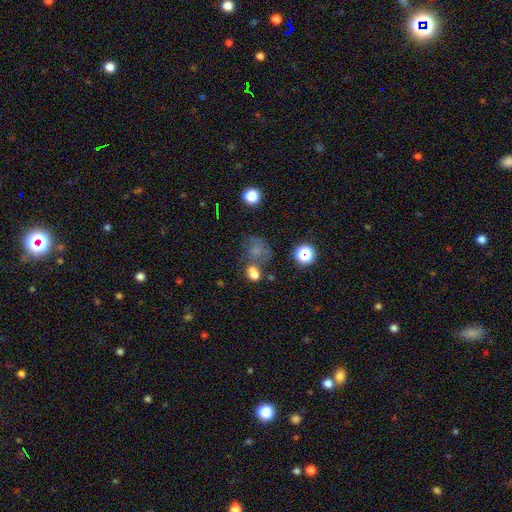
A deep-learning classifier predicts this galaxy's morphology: smooth-or-featured: smooth: 40% | star or artifact: 38% | featured or disk: 21%
  merging: none: 59% | merger: 18% | minor disturbance: 14% | major disturbance: 9%